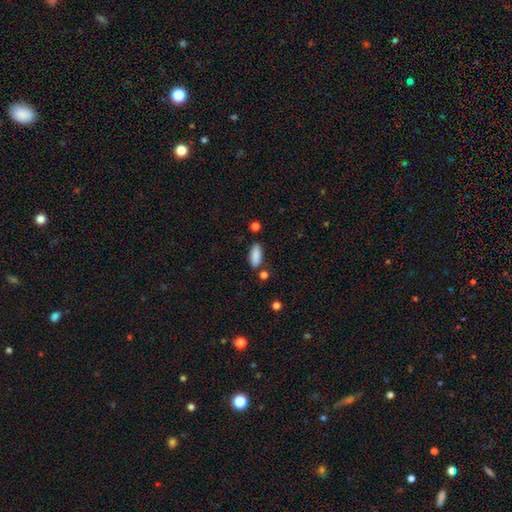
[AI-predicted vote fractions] Morphology: type=smooth (88%); roundness=in between (81%); merging=none (78%).